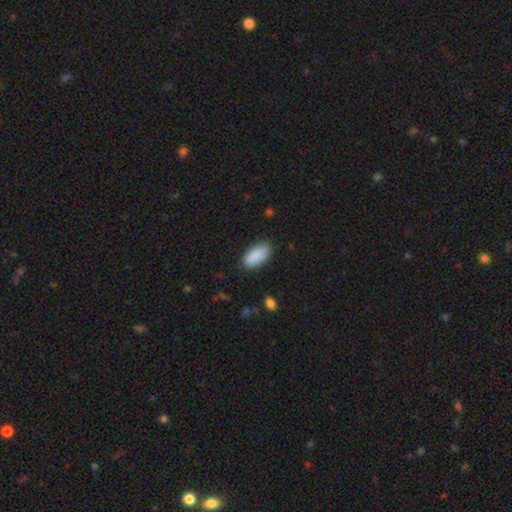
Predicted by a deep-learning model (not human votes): Overall: smooth (90%). How rounded: in between (92%). Merging: none (84%).